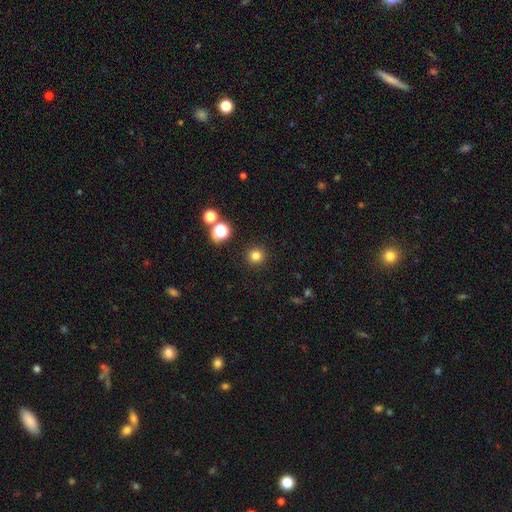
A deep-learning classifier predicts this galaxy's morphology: Smooth or featured? Predicted: smooth (p=0.81). How rounded? Predicted: round (p=0.95). Merging? Predicted: none (p=0.91).